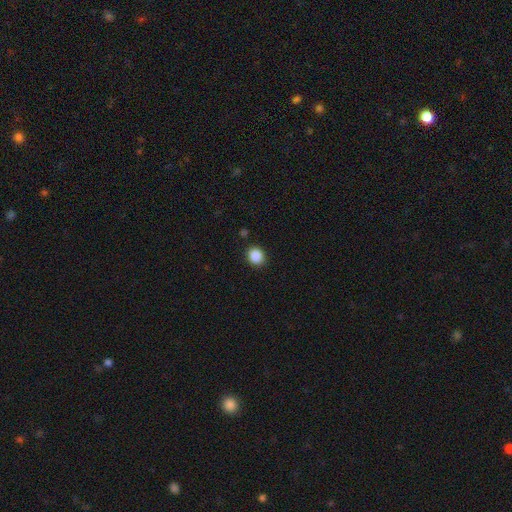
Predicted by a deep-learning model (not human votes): smooth_or_featured: smooth (p=0.88) [alt: star or artifact p=0.09]
how_rounded: round (p=0.73) [alt: in between p=0.26]
merging: none (p=0.89) [alt: minor disturbance p=0.07]